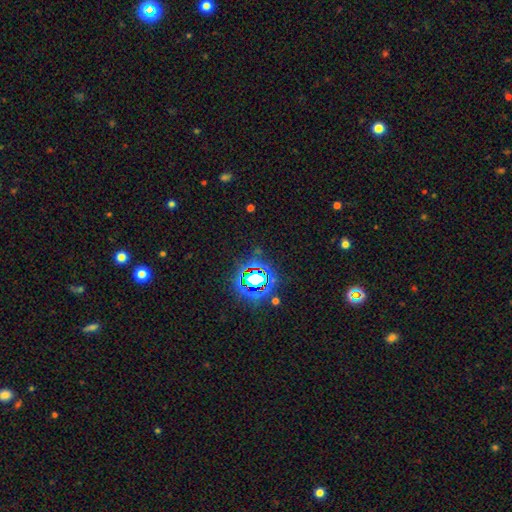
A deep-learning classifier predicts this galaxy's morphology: A star or artifact, not a galaxy (82%).